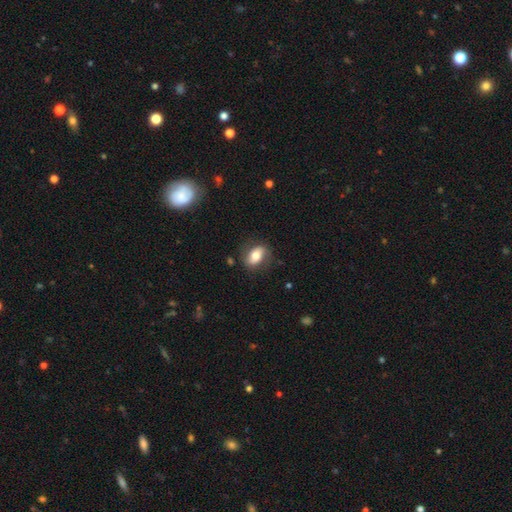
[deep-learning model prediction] Smooth or featured? Predicted: smooth (p=0.63). How rounded? Predicted: in between (p=0.82). Merging? Predicted: none (p=0.74).